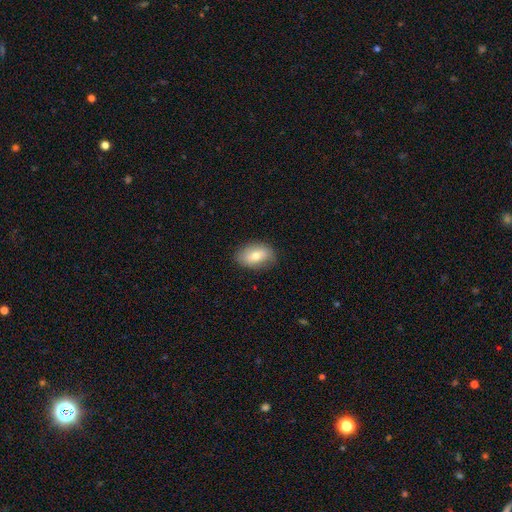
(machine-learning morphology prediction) This appears to be a smooth galaxy with no disk features (72%) that is in between round and cigar-shaped (88%). Merging: none (82%).